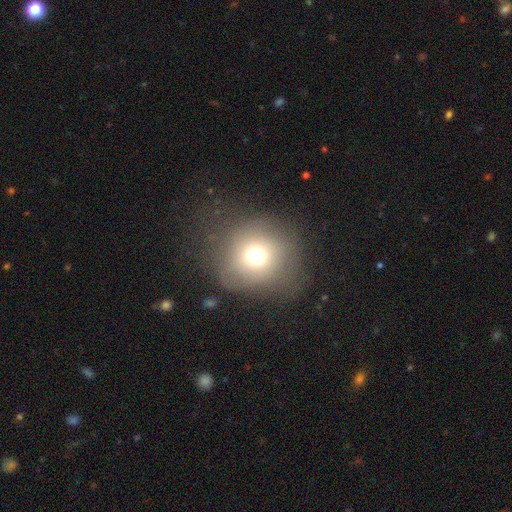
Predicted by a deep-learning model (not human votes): Morphology: type=smooth (69%); roundness=round (89%); merging=none (68%).